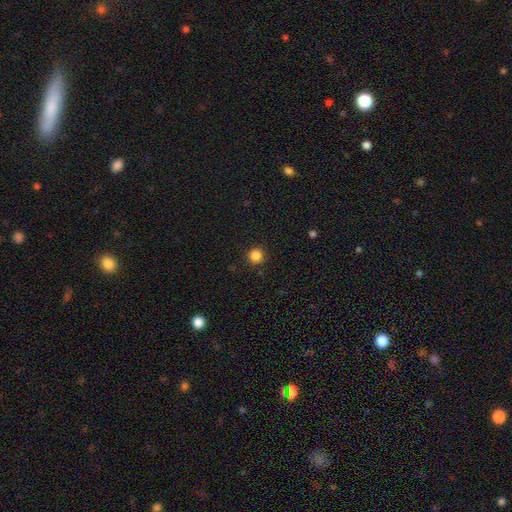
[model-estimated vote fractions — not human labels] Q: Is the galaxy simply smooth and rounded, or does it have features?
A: smooth — 85%.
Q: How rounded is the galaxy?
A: round — 95%.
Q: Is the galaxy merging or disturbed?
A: none — 92%.